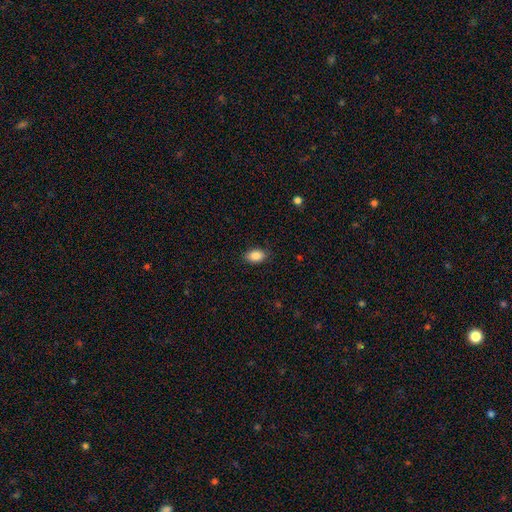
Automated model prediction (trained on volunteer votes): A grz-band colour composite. It shows a smooth galaxy with no disk features (88%) that is in between round and cigar-shaped (86%). Merging: none (86%).